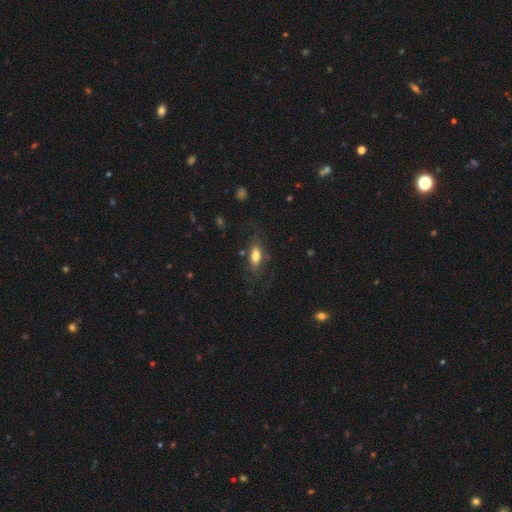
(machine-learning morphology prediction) Smooth or featured? Predicted: smooth (p=0.72). How rounded? Predicted: in between (p=0.79). Merging? Predicted: none (p=0.70).